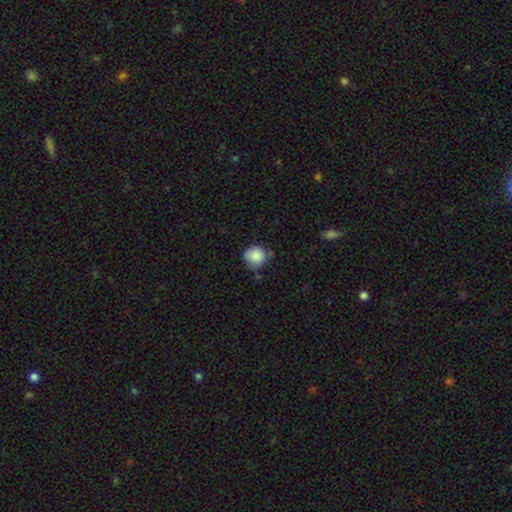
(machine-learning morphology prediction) Smooth or featured?
  - smooth: 87% *
  - star or artifact: 9%
  - featured or disk: 5%
How rounded?
  - round: 92% *
  - in between: 7%
  - cigar-shaped: 1%
Merging?
  - none: 68% *
  - minor disturbance: 22%
  - merger: 5%
  - major disturbance: 4%